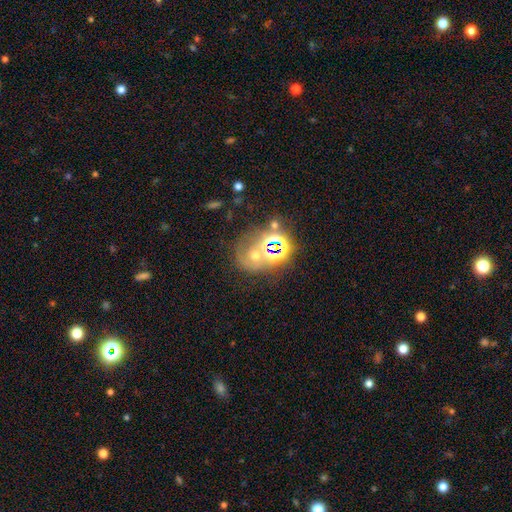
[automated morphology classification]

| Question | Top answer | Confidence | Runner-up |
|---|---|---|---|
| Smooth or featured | star or artifact | 42% | smooth (35%) |